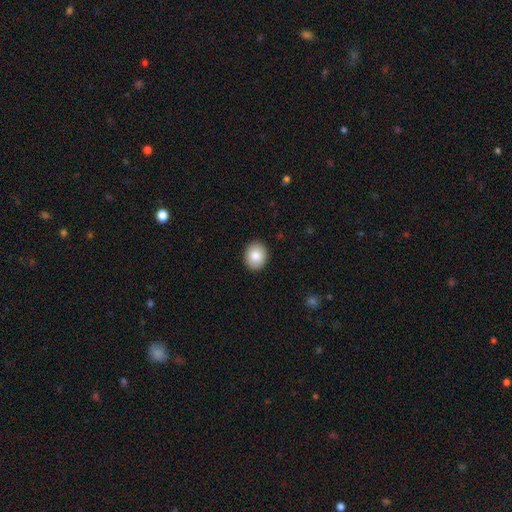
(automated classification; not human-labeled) The model was most divided on "how rounded": round: 57%, in between: 42%, cigar-shaped: 1%. More confident: merging — none (91%); smooth or featured — smooth (85%).